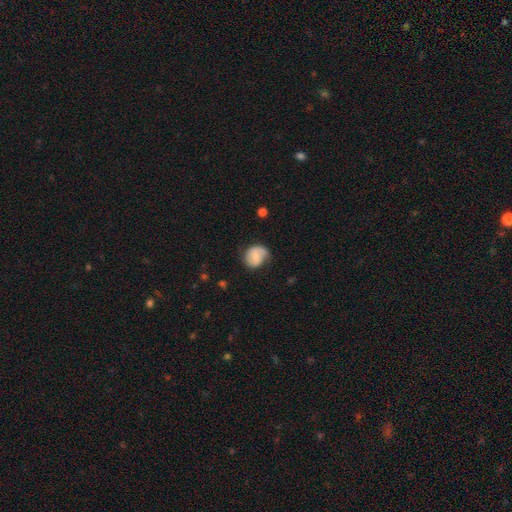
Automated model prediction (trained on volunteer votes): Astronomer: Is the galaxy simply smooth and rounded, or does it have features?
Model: smooth — 52% (runner-up: featured or disk, 41%).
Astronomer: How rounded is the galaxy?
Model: round — 66%.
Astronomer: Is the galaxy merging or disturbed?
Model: none — 57%.